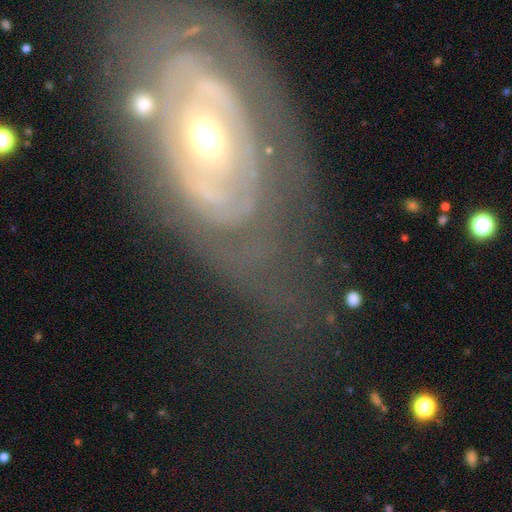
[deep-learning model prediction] The model was most divided on "spiral arms": yes: 63%, no: 37%. More confident: edge-on disk — no (93%); smooth or featured — featured or disk (80%); bar — no (76%); bulge size — moderate (65%); merging — none (62%).